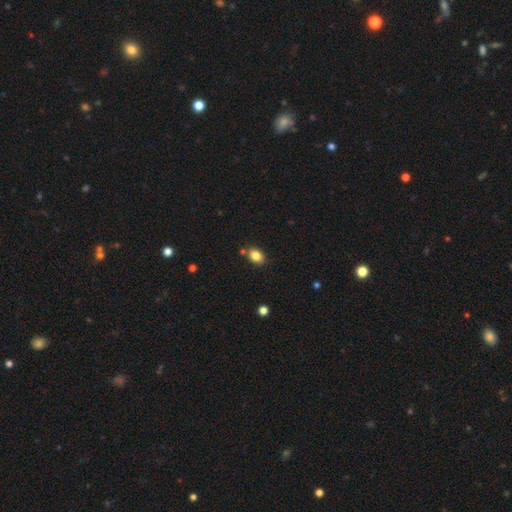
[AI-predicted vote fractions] This is clearly a smooth galaxy (84%). How rounded: likely in between (70%). Merging: likely none (79%).